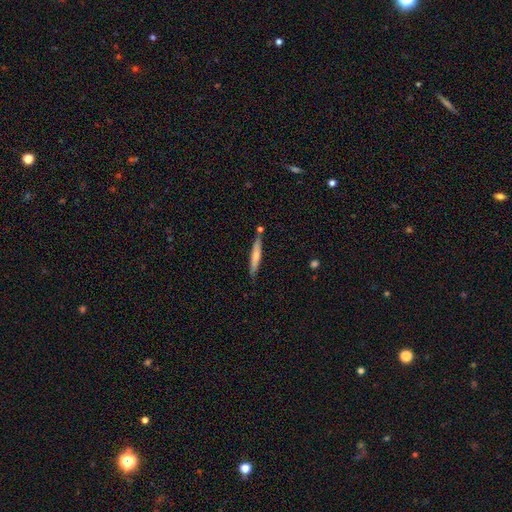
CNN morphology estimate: Smooth or featured?
  - smooth: 58% *
  - featured or disk: 37%
  - star or artifact: 6%
How rounded?
  - cigar-shaped: 93% *
  - in between: 6%
  - round: 1%
Merging?
  - none: 77% *
  - minor disturbance: 14%
  - merger: 7%
  - major disturbance: 2%